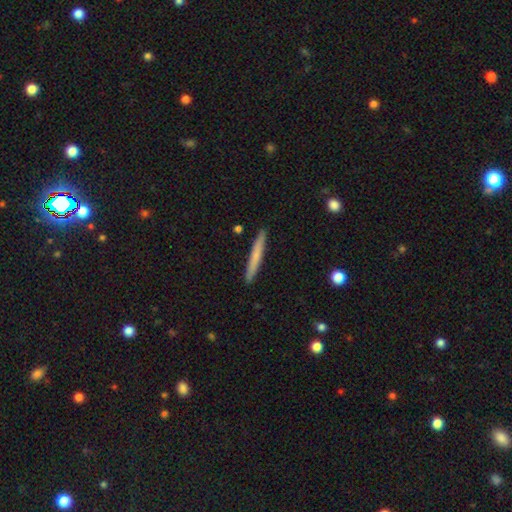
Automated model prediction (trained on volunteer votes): Smooth or featured? smooth (66%)
How rounded? cigar-shaped (97%)
Merging? none (91%)